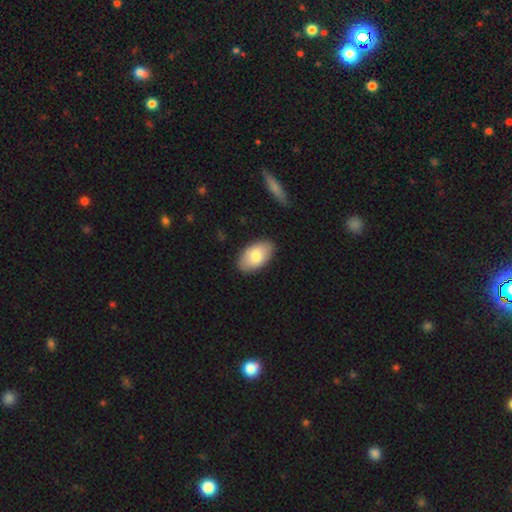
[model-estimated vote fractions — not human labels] Smooth or featured? Predicted: smooth (p=0.78). How rounded? Predicted: in between (p=0.95). Merging? Predicted: none (p=0.86).